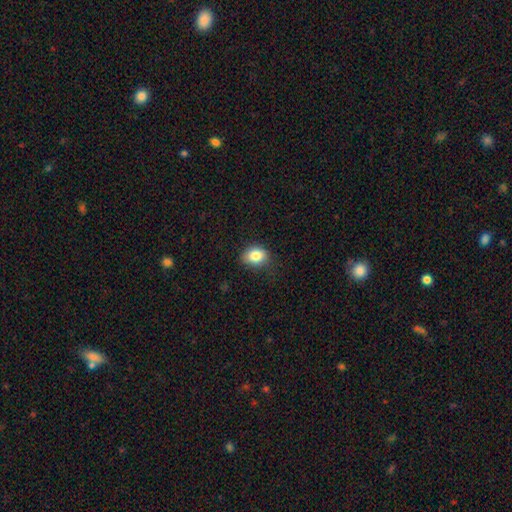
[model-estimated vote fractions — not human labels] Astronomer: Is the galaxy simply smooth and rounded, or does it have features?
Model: smooth — 83%.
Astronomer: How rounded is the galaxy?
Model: in between — 60% (runner-up: round, 39%).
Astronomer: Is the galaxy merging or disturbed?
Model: none — 73%.